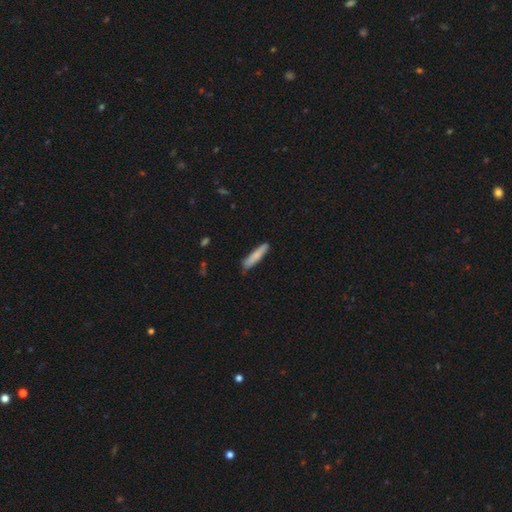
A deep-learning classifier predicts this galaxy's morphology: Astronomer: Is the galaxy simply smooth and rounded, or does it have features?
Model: smooth — 80%.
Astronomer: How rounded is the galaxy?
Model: cigar-shaped — 88%.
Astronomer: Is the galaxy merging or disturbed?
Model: none — 84%.